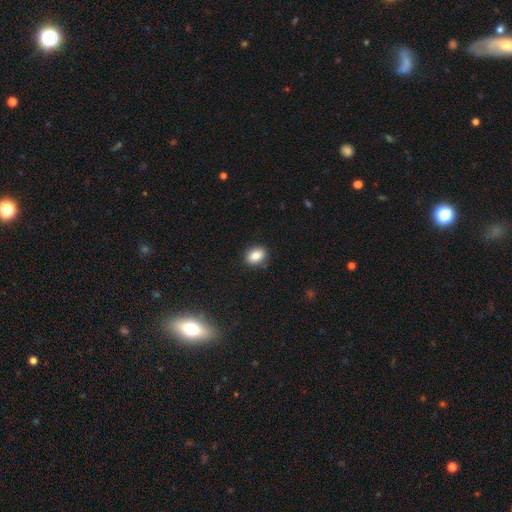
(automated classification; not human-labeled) smooth-or-featured: smooth: 85% | star or artifact: 9% | featured or disk: 6%
  how-rounded: in between: 69% | round: 30% | cigar-shaped: 1%
  merging: none: 88% | minor disturbance: 9% | major disturbance: 2% | merger: 1%